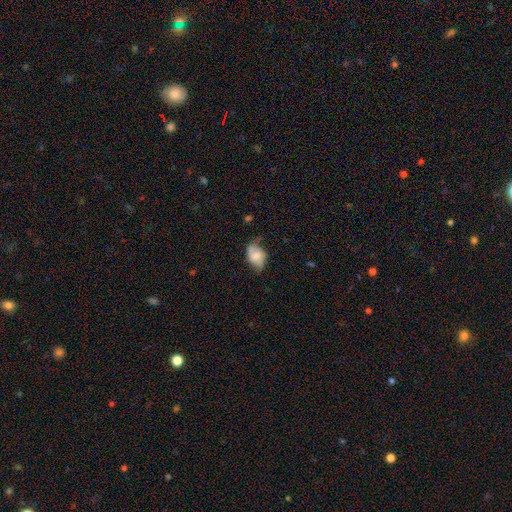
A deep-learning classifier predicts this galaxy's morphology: smooth_or_featured: smooth (p=0.62) [alt: featured or disk p=0.31]
how_rounded: in between (p=0.83) [alt: round p=0.15]
merging: none (p=0.48) [alt: minor disturbance p=0.36]